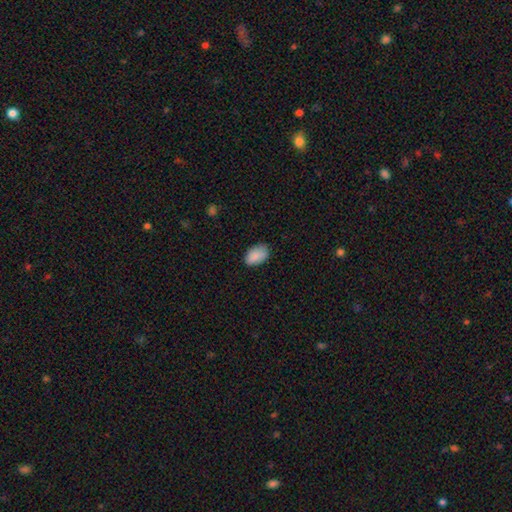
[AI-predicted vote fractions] Smooth or featured: smooth — 89% (star or artifact — 7%)
How rounded: in between — 90% (round — 9%)
Merging: none — 77% (minor disturbance — 19%)